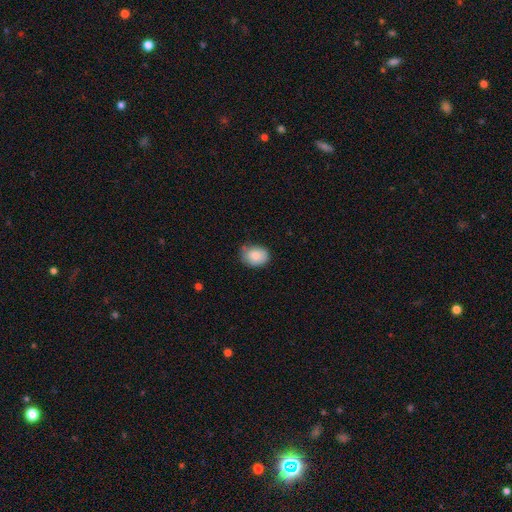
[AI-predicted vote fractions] Smooth or featured? smooth (84%)
How rounded? in between (56%)
Merging? none (67%)